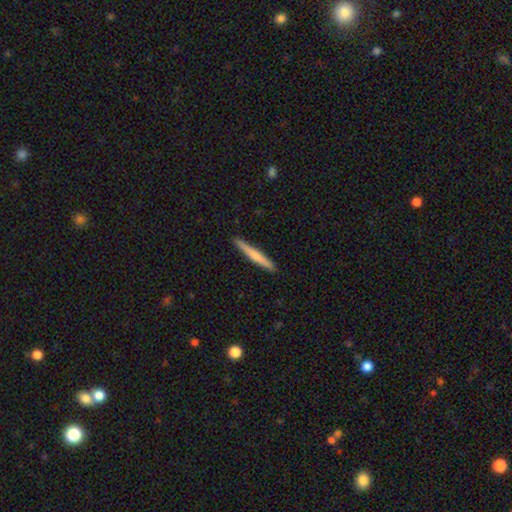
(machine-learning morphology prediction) smooth_or_featured: smooth (p=0.57) [alt: featured or disk p=0.37]
how_rounded: cigar-shaped (p=0.96) [alt: in between p=0.03]
merging: none (p=0.91) [alt: minor disturbance p=0.07]